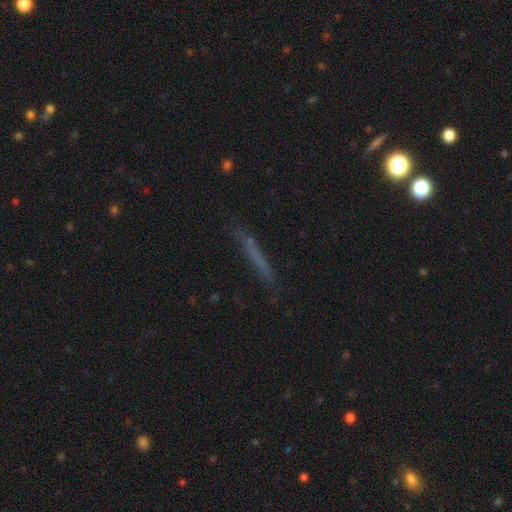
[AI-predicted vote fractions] Smooth or featured: smooth — 52% (featured or disk — 35%)
How rounded: cigar-shaped — 94% (in between — 4%)
Merging: none — 81% (minor disturbance — 13%)